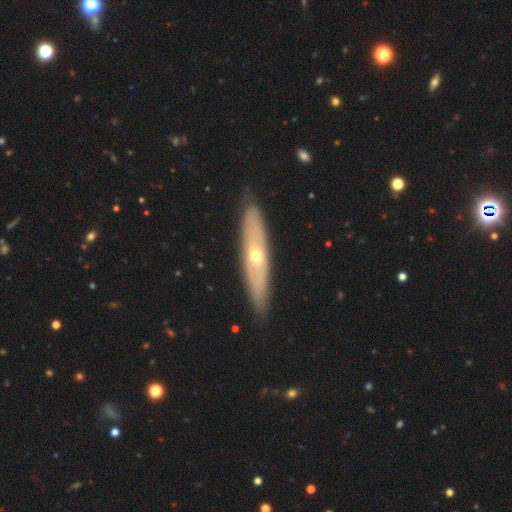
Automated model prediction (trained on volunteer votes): Smooth or featured: featured or disk — 64% (smooth — 30%)
Edge-on disk: yes — 58% (no — 42%)
Merging: none — 87% (minor disturbance — 10%)